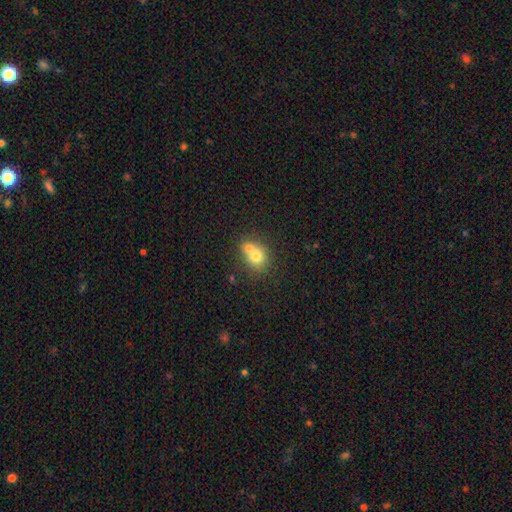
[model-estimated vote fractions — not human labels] Smooth or featured?
  - smooth: 72% *
  - featured or disk: 18%
  - star or artifact: 11%
How rounded?
  - round: 72% *
  - in between: 27%
  - cigar-shaped: 1%
Merging?
  - merger: 52% *
  - none: 36%
  - minor disturbance: 9%
  - major disturbance: 3%